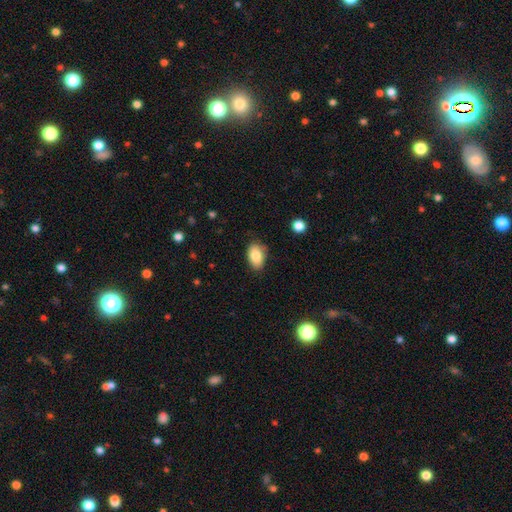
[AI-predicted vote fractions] smooth-or-featured: smooth: 84% | featured or disk: 8% | star or artifact: 8%
  how-rounded: in between: 89% | round: 9% | cigar-shaped: 1%
  merging: none: 79% | minor disturbance: 16% | major disturbance: 3% | merger: 2%